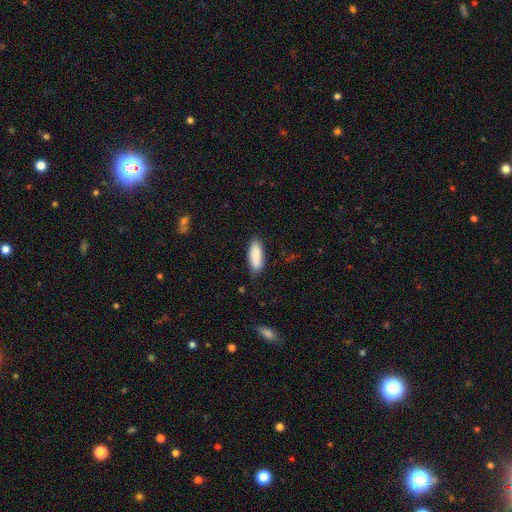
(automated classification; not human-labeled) Smooth or featured? Predicted: smooth (p=0.88). How rounded? Predicted: in between (p=0.73). Merging? Predicted: none (p=0.82).